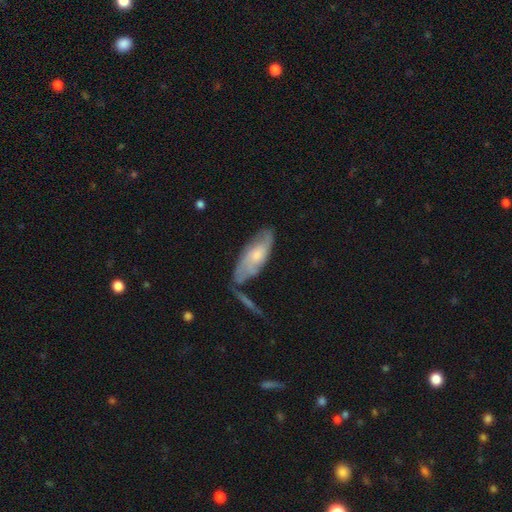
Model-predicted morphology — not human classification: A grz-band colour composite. It shows a featured or disk galaxy (51%). Merging: none (60%).